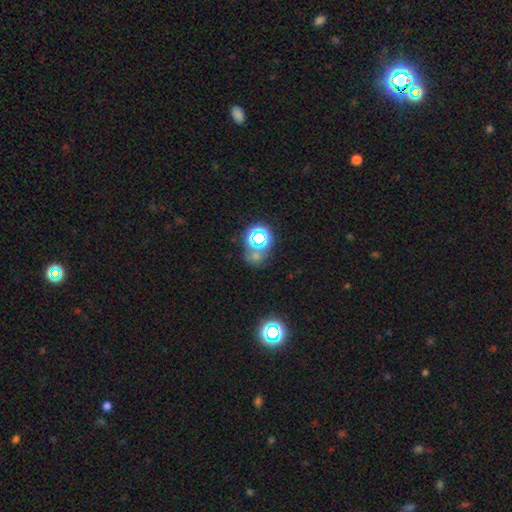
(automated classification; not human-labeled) Smooth or featured: star or artifact — 55% (smooth — 33%)